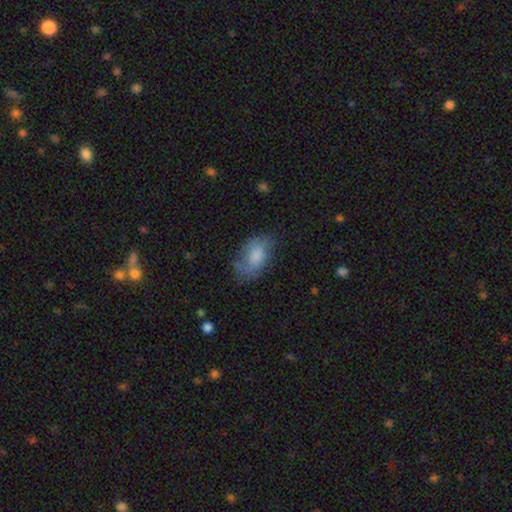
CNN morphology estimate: The model was most divided on "merging": none: 57%, minor disturbance: 28%, major disturbance: 13%, merger: 2%. More confident: how rounded — in between (91%); smooth or featured — smooth (69%).